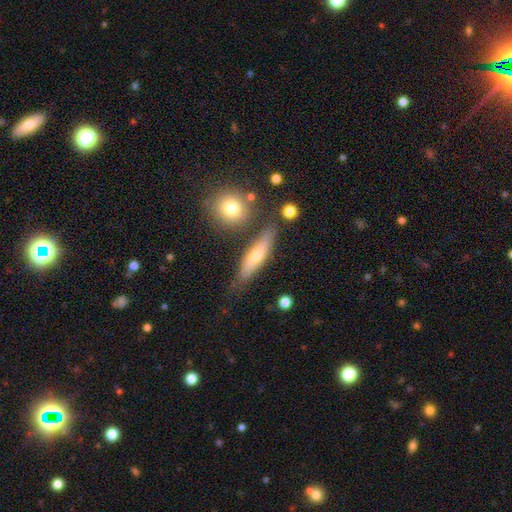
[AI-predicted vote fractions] Smooth or featured? smooth (53%)
How rounded? cigar-shaped (71%)
Merging? none (74%)